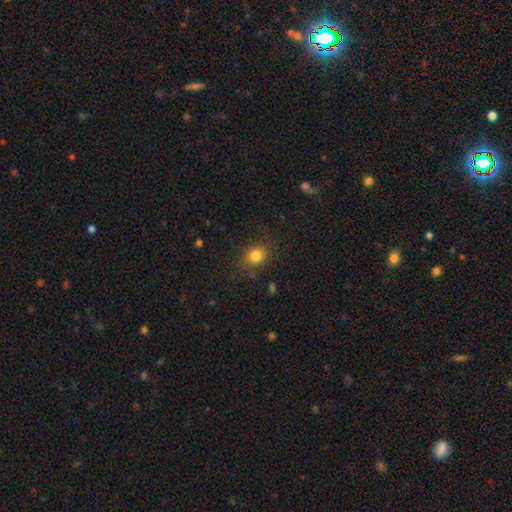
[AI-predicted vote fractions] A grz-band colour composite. It shows a smooth galaxy with no disk features (82%) that is round (68%). Merging: none (81%).